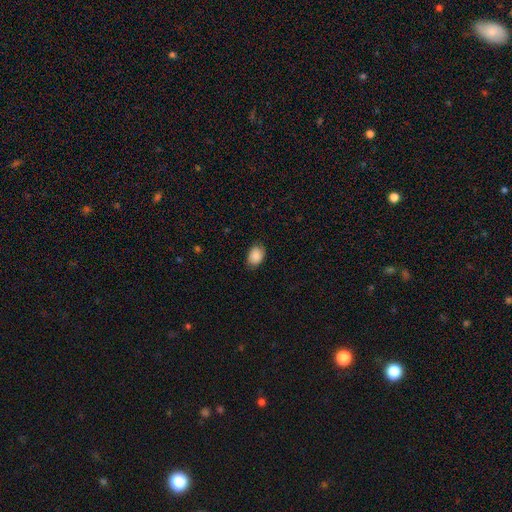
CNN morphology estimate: A smooth galaxy with no disk features (89%) that is in between round and cigar-shaped (75%).

Vote fractions:
- Smooth or featured? smooth: 89% / star or artifact: 7% / featured or disk: 4%
- How rounded? in between: 75% / round: 24% / cigar-shaped: 1%
- Merging? none: 82% / minor disturbance: 15% / major disturbance: 3% / merger: 1%